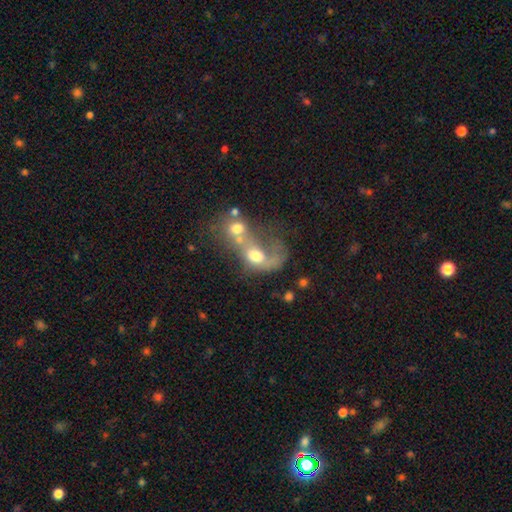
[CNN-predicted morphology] Overall: smooth (47%; featured or disk 41%). Merging: merger (70%).